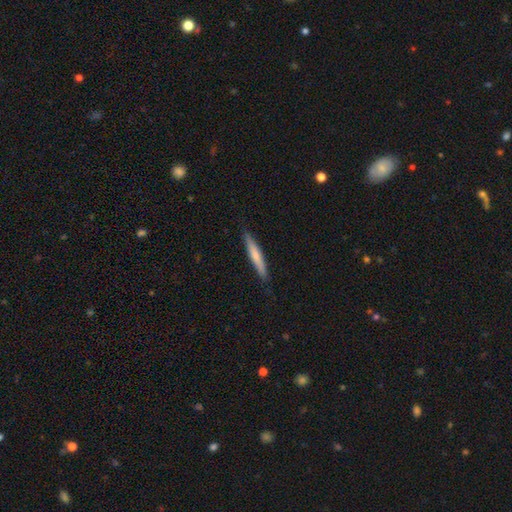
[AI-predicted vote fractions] A smooth galaxy with no disk features (63%) that is cigar-shaped (94%). Merging: none (88%).